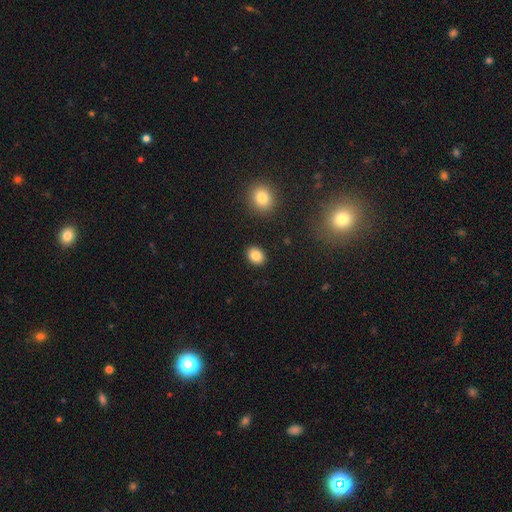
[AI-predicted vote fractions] smooth_or_featured: smooth (p=0.84) [alt: star or artifact p=0.09]
how_rounded: in between (p=0.60) [alt: round p=0.39]
merging: none (p=0.89) [alt: minor disturbance p=0.07]